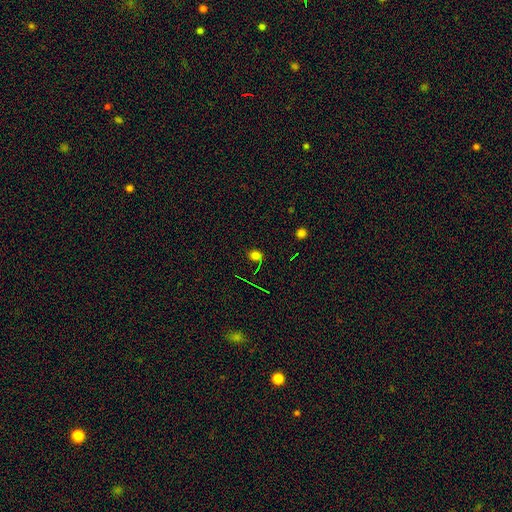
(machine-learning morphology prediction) smooth-or-featured: smooth: 65% | star or artifact: 25% | featured or disk: 10%
  how-rounded: round: 52% | in between: 46% | cigar-shaped: 2%
  merging: none: 70% | minor disturbance: 18% | major disturbance: 8% | merger: 4%